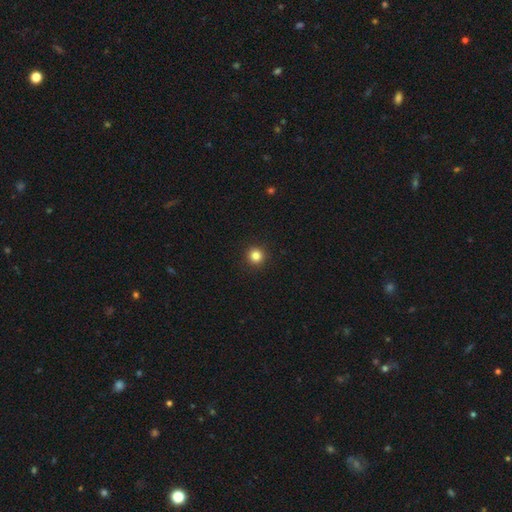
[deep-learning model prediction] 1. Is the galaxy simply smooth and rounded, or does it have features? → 84% smooth, 12% star or artifact, 4% featured or disk.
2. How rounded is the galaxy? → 95% round, 4% in between, 1% cigar-shaped.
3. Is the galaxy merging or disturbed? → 93% none, 4% minor disturbance, 2% major disturbance, 1% merger.